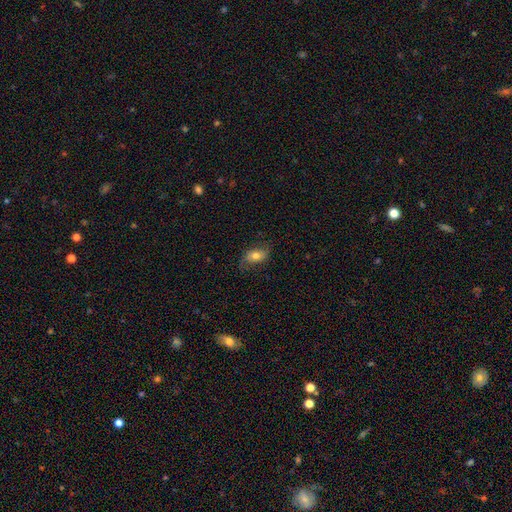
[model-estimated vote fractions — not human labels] Overall: smooth (56%; featured or disk 36%). How rounded: in between (86%). Merging: none (69%).